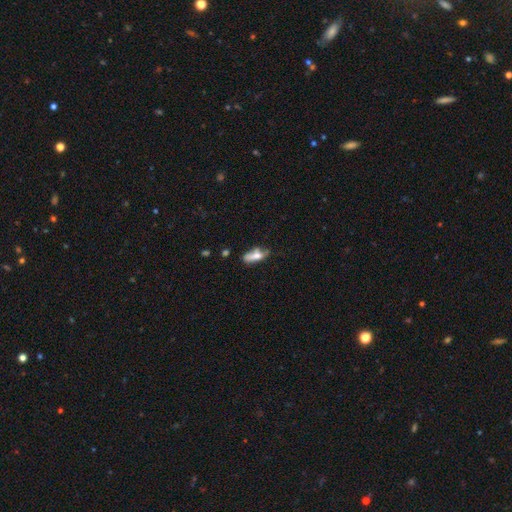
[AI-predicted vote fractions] Smooth or featured?
  - smooth: 56% *
  - featured or disk: 35%
  - star or artifact: 9%
How rounded?
  - in between: 62% *
  - cigar-shaped: 34%
  - round: 4%
Merging?
  - none: 37% *
  - minor disturbance: 26%
  - merger: 19%
  - major disturbance: 18%